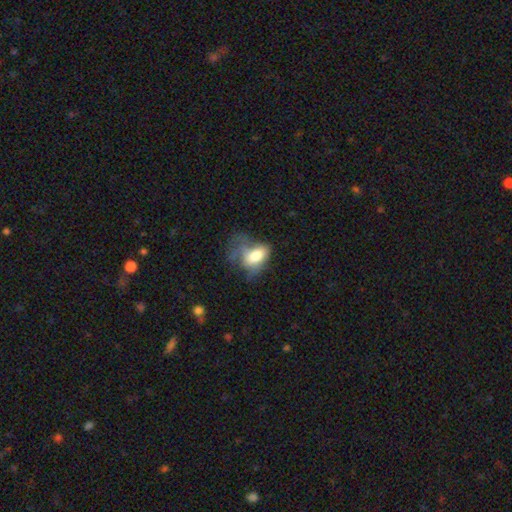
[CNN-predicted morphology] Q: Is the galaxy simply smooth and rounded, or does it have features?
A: smooth — 68%.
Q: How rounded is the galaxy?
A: in between — 83%.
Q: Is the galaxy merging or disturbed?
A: major disturbance — 48%.